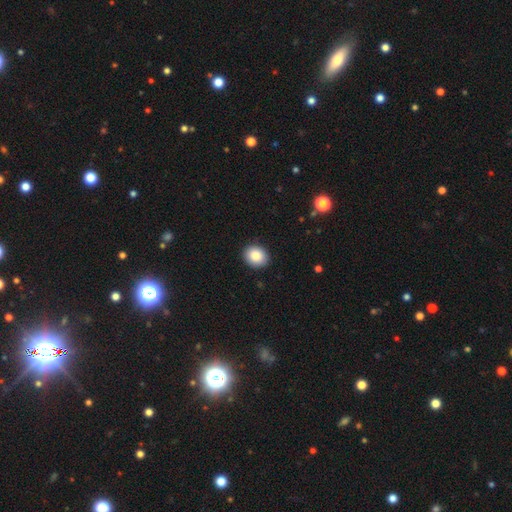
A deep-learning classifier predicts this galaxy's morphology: smooth 87%, star or artifact 8%, featured or disk 5%. Down the decision tree: how rounded — round (58%); merging — none (90%).